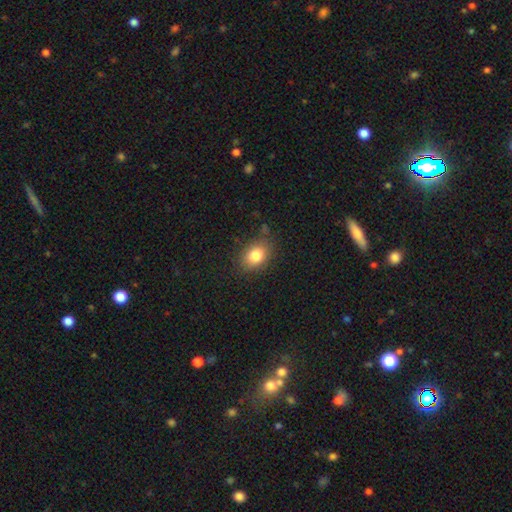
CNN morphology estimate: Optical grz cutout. It shows a smooth galaxy with no disk features (82%) that is in between round and cigar-shaped (70%). Merging: none (81%).